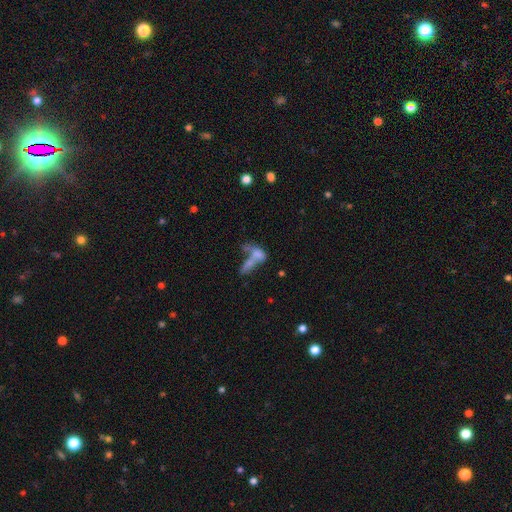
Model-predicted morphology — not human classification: smooth-or-featured: smooth: 61% | featured or disk: 27% | star or artifact: 12%
  how-rounded: in between: 71% | cigar-shaped: 22% | round: 7%
  merging: merger: 64% | none: 17% | major disturbance: 12% | minor disturbance: 7%